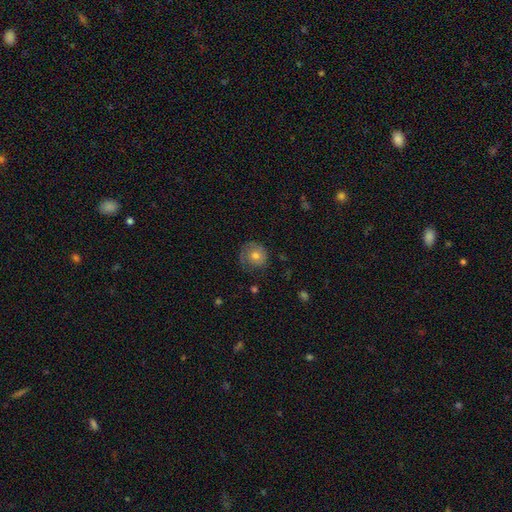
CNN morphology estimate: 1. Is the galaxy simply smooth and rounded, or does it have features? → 52% smooth, 39% featured or disk, 9% star or artifact.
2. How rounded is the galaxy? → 85% round, 14% in between, 1% cigar-shaped.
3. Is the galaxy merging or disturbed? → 67% none, 21% minor disturbance, 11% major disturbance, 1% merger.